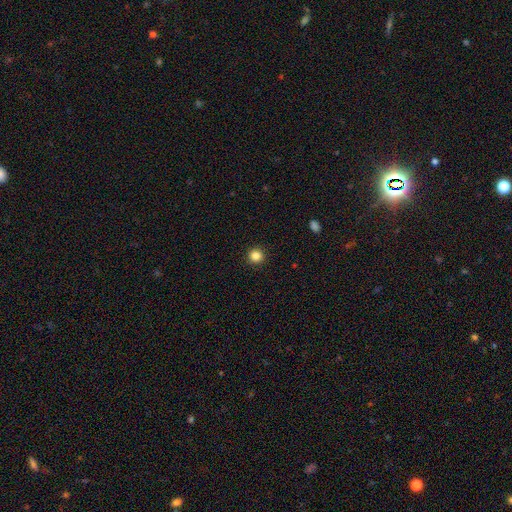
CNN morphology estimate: The model was most divided on "smooth or featured": smooth: 85%, star or artifact: 12%, featured or disk: 4%. More confident: how rounded — round (95%); merging — none (93%).